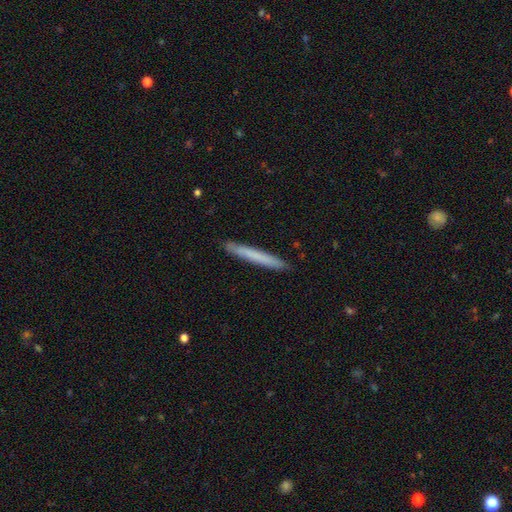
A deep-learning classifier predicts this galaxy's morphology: A smooth galaxy with no disk features (69%) that is cigar-shaped (97%). Merging: none (90%).